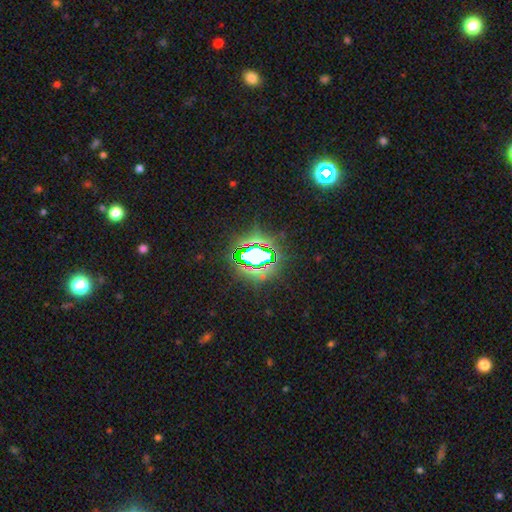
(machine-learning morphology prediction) Q: Smooth or featured?
A: star or artifact (71%); runner-up: smooth (18%)